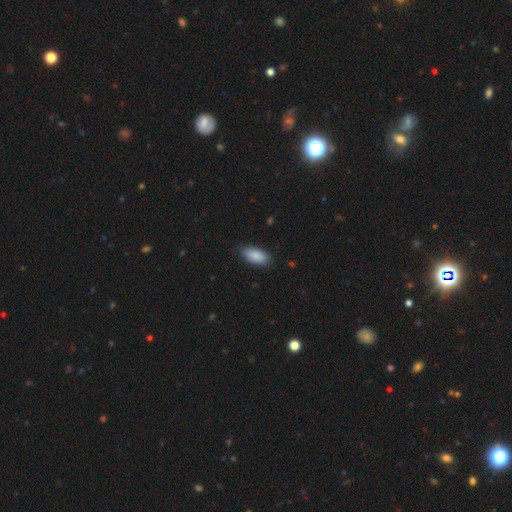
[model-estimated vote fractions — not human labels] This is clearly a smooth galaxy (89%). How rounded: clearly in between (90%). Merging: clearly none (82%).